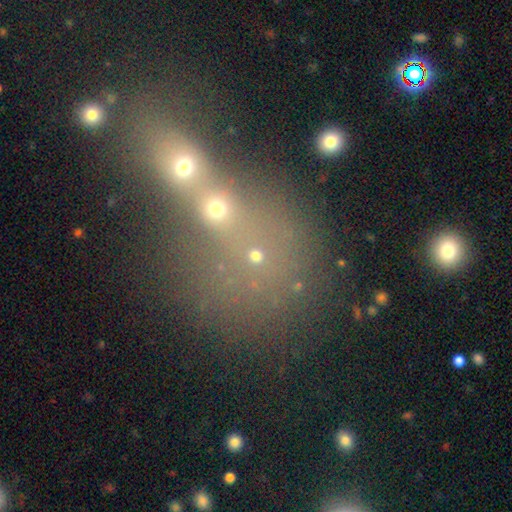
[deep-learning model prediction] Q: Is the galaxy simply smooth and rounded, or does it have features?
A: smooth — 52%.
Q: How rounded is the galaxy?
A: round — 67%.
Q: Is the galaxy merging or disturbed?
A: none — 48%.